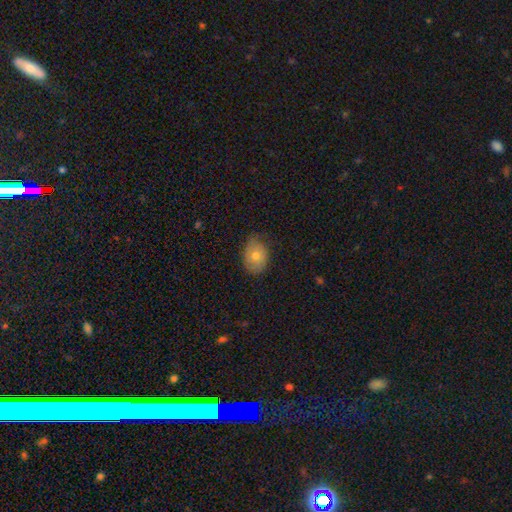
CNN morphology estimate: Q: Smooth or featured?
A: smooth (70%); runner-up: featured or disk (22%)
Q: How rounded?
A: in between (62%); runner-up: round (37%)
Q: Merging?
A: none (71%); runner-up: minor disturbance (23%)